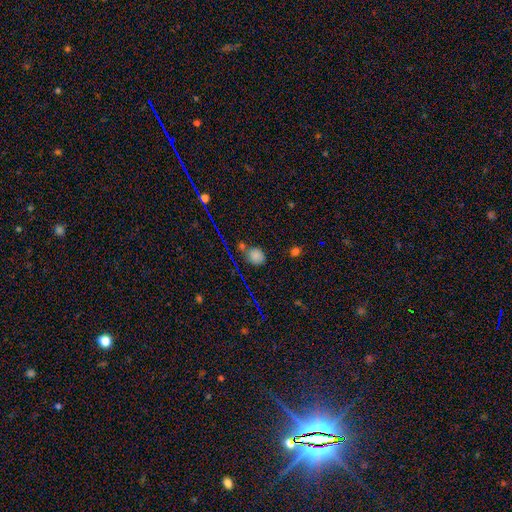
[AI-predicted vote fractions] This appears to be a smooth galaxy with no disk features (71%) that is round (74%). Merging: none (70%).